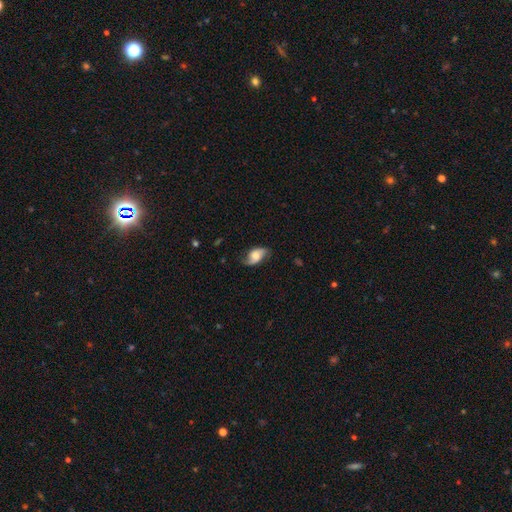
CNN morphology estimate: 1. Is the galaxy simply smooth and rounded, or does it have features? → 60% featured or disk, 32% smooth, 8% star or artifact.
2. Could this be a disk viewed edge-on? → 94% no, 6% yes.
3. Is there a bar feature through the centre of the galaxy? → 60% no, 31% weak, 9% strong.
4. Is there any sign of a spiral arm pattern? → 90% yes, 10% no.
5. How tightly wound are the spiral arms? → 63% loose, 27% medium, 10% tight.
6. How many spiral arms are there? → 88% 2, 5% can't tell, 5% 1, 1% 3, 1% 4, 1% more than 4.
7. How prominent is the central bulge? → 45% moderate, 28% large, 17% small, 6% none, 4% dominant.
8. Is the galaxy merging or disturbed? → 71% none, 21% minor disturbance, 7% major disturbance, 1% merger.